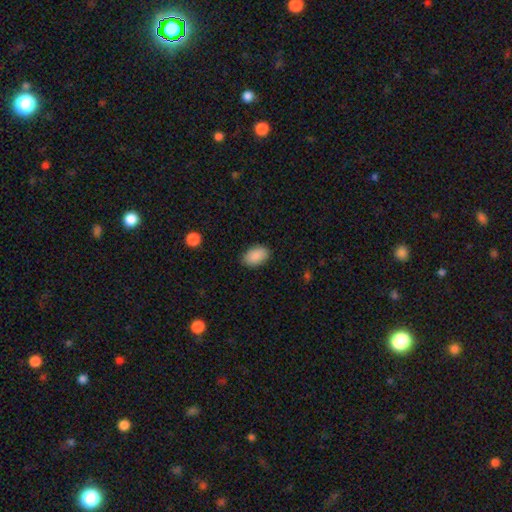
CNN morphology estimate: smooth-or-featured: smooth: 90% | star or artifact: 7% | featured or disk: 3%
  how-rounded: in between: 91% | round: 7% | cigar-shaped: 1%
  merging: none: 87% | minor disturbance: 10% | major disturbance: 2% | merger: 1%